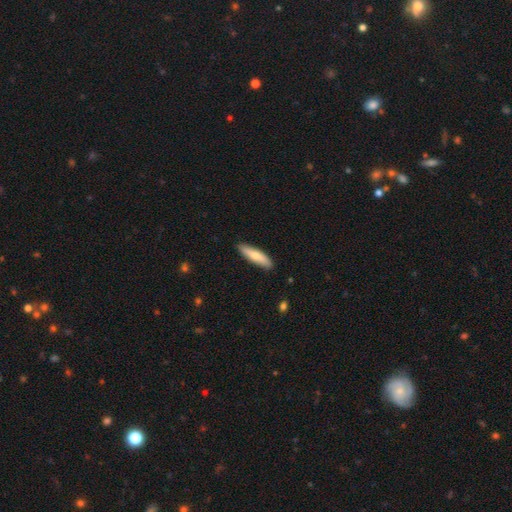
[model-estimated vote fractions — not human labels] Smooth or featured: smooth — 72% (featured or disk — 22%)
How rounded: cigar-shaped — 75% (in between — 23%)
Merging: none — 89% (minor disturbance — 9%)